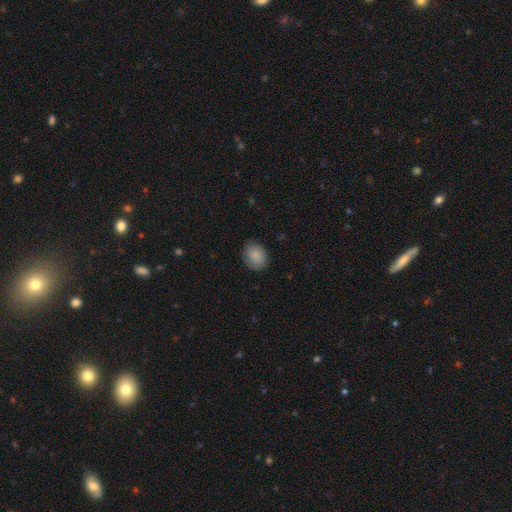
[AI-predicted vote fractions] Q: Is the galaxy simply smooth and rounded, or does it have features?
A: smooth — 85%.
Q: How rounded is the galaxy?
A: in between — 59%.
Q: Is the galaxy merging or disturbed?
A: none — 81%.